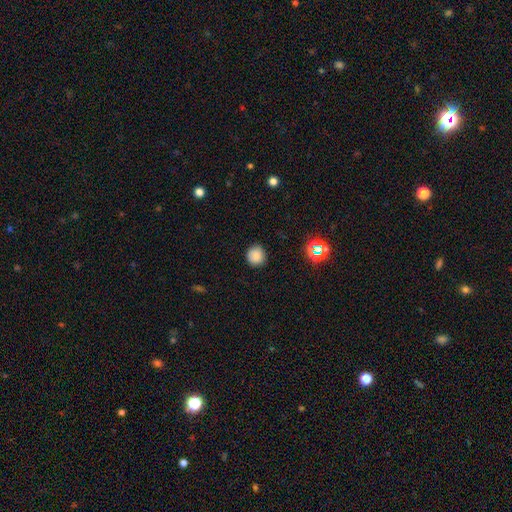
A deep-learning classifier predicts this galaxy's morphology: type=smooth (82%); roundness=round (93%); merging=none (89%).